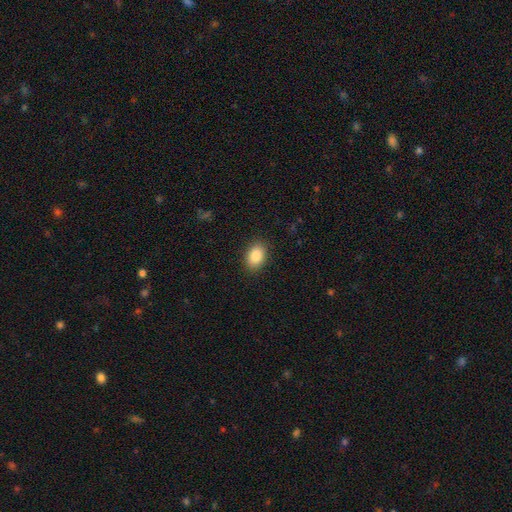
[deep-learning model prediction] Q: Smooth or featured?
A: smooth (86%); runner-up: star or artifact (8%)
Q: How rounded?
A: in between (81%); runner-up: round (18%)
Q: Merging?
A: none (89%); runner-up: minor disturbance (8%)